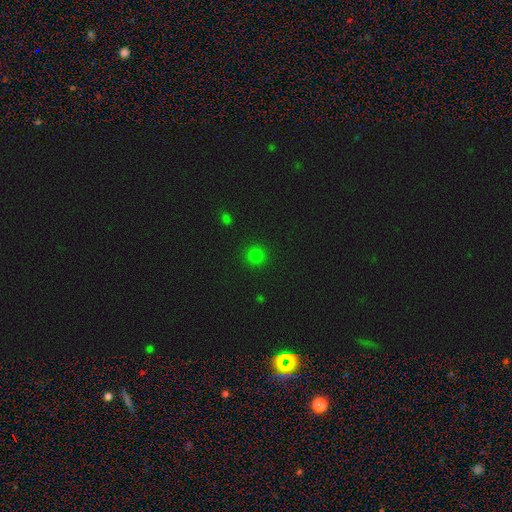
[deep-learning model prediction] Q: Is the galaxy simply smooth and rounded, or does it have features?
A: smooth — 78%.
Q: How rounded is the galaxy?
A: round — 93%.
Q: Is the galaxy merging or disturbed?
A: none — 91%.